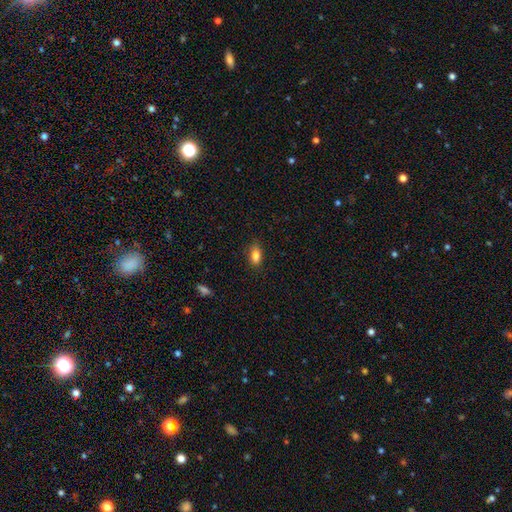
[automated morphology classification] The model was most divided on "merging": none: 82%, minor disturbance: 14%, major disturbance: 3%, merger: 1%. More confident: how rounded — in between (86%); smooth or featured — smooth (85%).